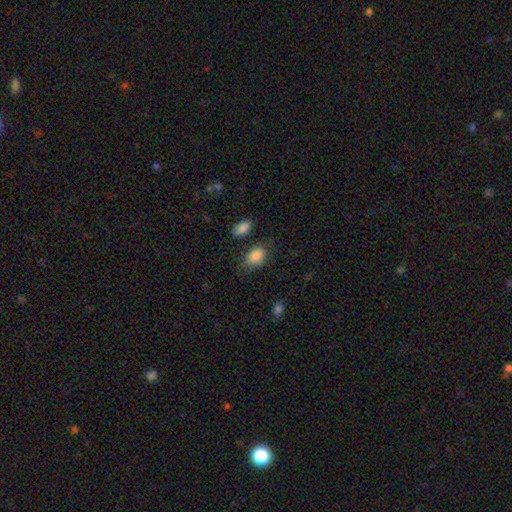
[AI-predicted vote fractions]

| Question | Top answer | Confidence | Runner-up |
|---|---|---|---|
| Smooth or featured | smooth | 87% | star or artifact (7%) |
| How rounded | in between | 89% | round (9%) |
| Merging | none | 70% | minor disturbance (20%) |